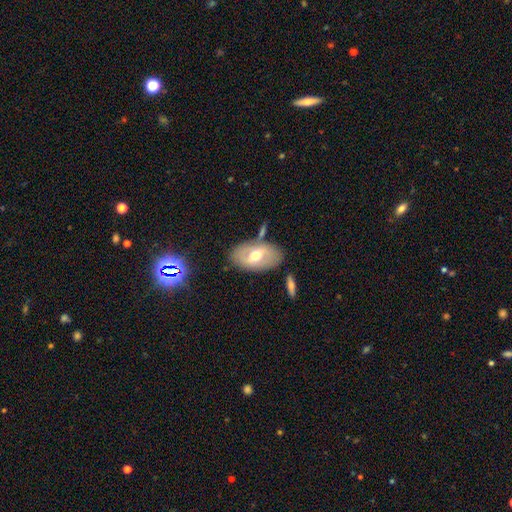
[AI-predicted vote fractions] Morphology: type=featured or disk (51%); edge-on=no (86%); merging=none (74%).